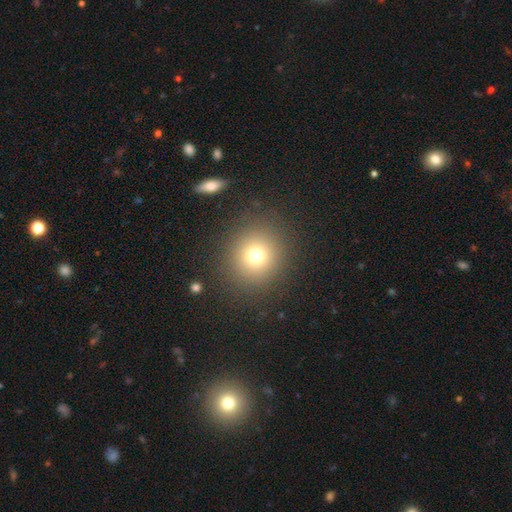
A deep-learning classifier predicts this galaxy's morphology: A smooth galaxy with no disk features (73%) that is round (87%).

Vote fractions:
- Smooth or featured? smooth: 73% / star or artifact: 17% / featured or disk: 10%
- How rounded? round: 87% / in between: 12% / cigar-shaped: 1%
- Merging? none: 88% / minor disturbance: 7% / major disturbance: 4% / merger: 2%